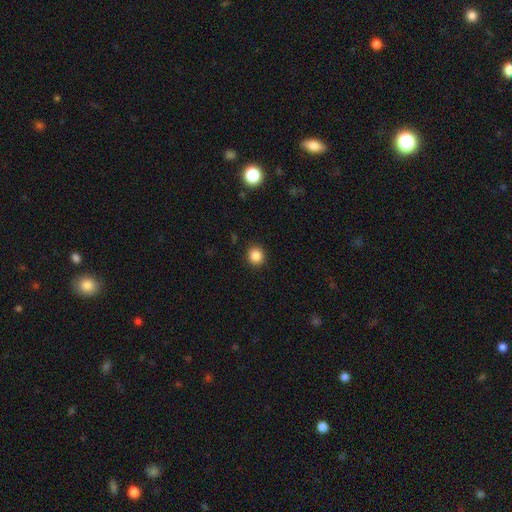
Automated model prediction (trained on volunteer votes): A smooth galaxy with no disk features (85%) that is round (90%).

Vote fractions:
- Smooth or featured? smooth: 85% / star or artifact: 11% / featured or disk: 4%
- How rounded? round: 90% / in between: 9% / cigar-shaped: 1%
- Merging? none: 92% / minor disturbance: 5% / major disturbance: 2% / merger: 1%